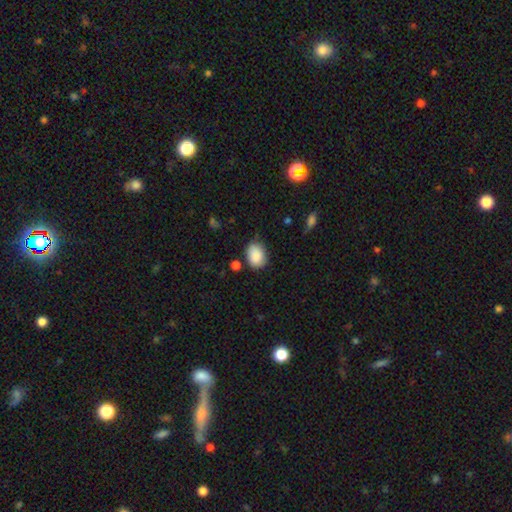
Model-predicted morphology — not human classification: smooth-or-featured: smooth: 87% | star or artifact: 8% | featured or disk: 5%
  how-rounded: in between: 66% | round: 33% | cigar-shaped: 1%
  merging: none: 69% | minor disturbance: 22% | major disturbance: 5% | merger: 4%